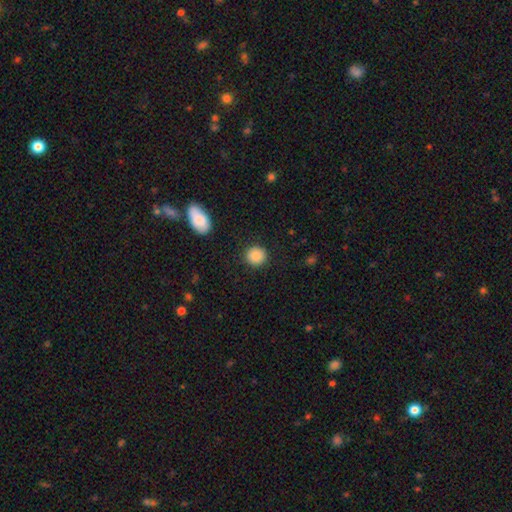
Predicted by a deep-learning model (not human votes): A smooth galaxy with no disk features (88%) that is round (89%). Merging: none (90%).